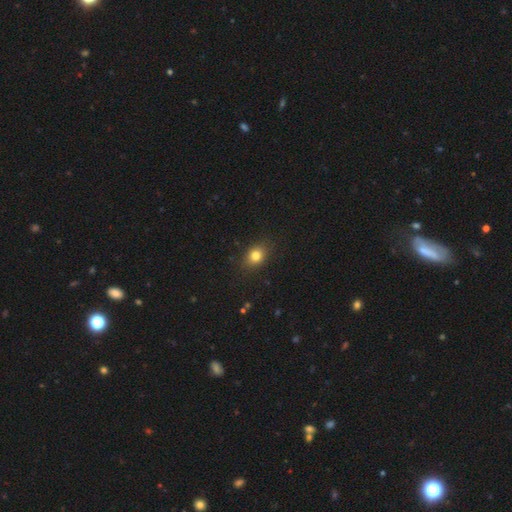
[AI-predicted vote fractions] This is clearly a smooth galaxy (80%). How rounded: possibly in between (53%). Merging: clearly none (86%).